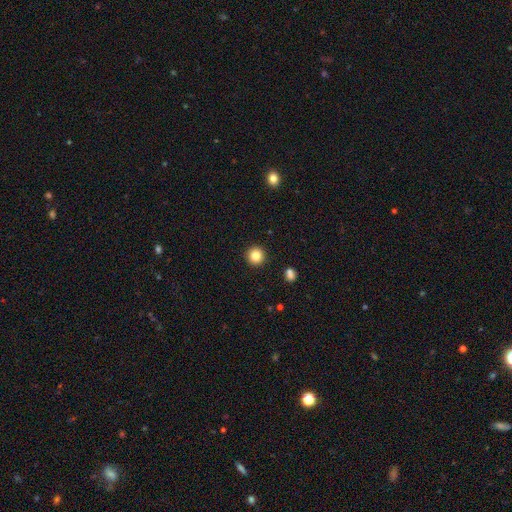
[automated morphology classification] type=smooth (84%); roundness=round (95%); merging=none (93%).